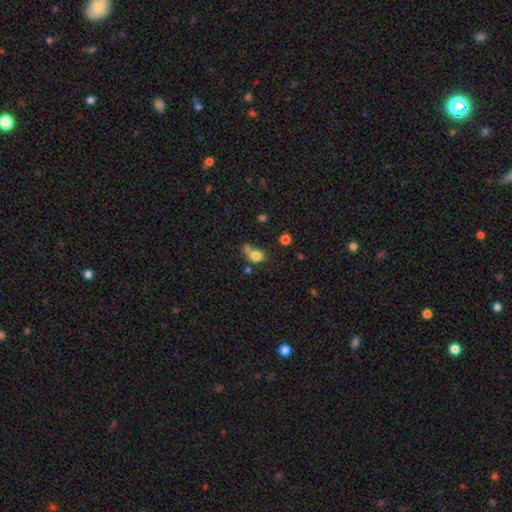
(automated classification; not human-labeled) This is likely a smooth galaxy (78%). How rounded: likely round (65%). Merging: marginally none (43%).